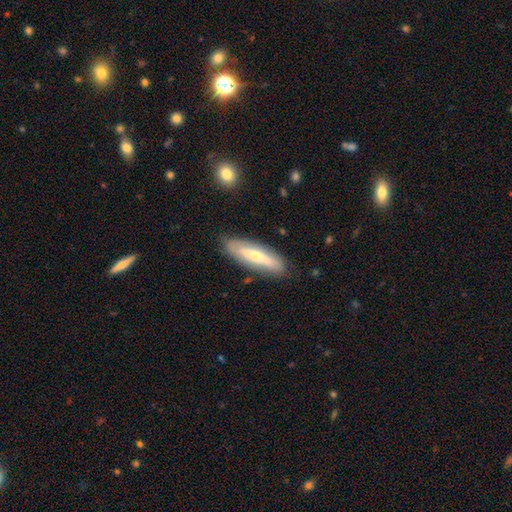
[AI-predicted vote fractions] smooth_or_featured: smooth (p=0.49) [alt: featured or disk p=0.45]
merging: none (p=0.83) [alt: minor disturbance p=0.13]